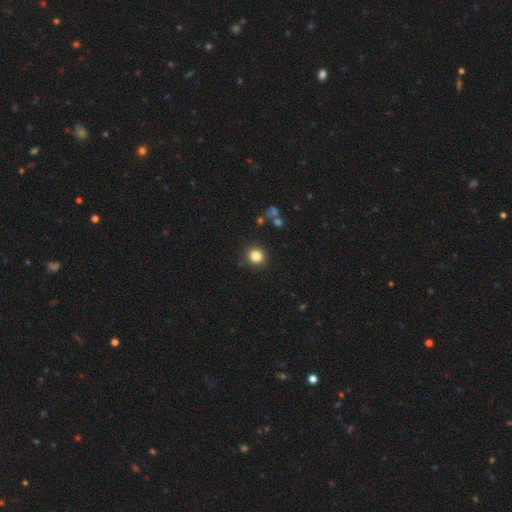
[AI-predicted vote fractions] smooth_or_featured: smooth (p=0.83) [alt: star or artifact p=0.11]
how_rounded: round (p=0.90) [alt: in between p=0.09]
merging: none (p=0.89) [alt: minor disturbance p=0.07]